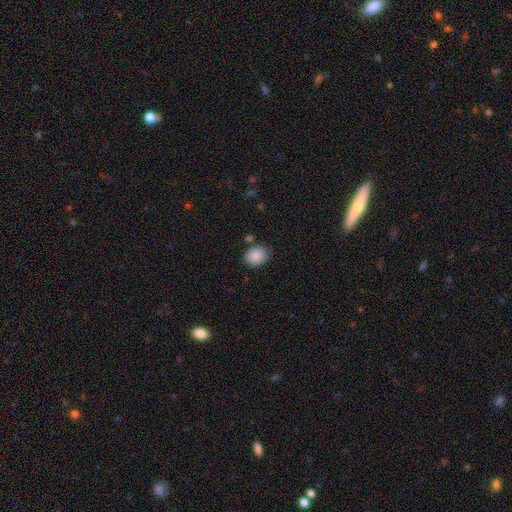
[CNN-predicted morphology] A smooth galaxy with no disk features (88%) that is in between round and cigar-shaped (51%).

Vote fractions:
- Smooth or featured? smooth: 88% / star or artifact: 8% / featured or disk: 4%
- How rounded? in between: 51% / round: 49% / cigar-shaped: 1%
- Merging? none: 75% / minor disturbance: 16% / merger: 5% / major disturbance: 4%